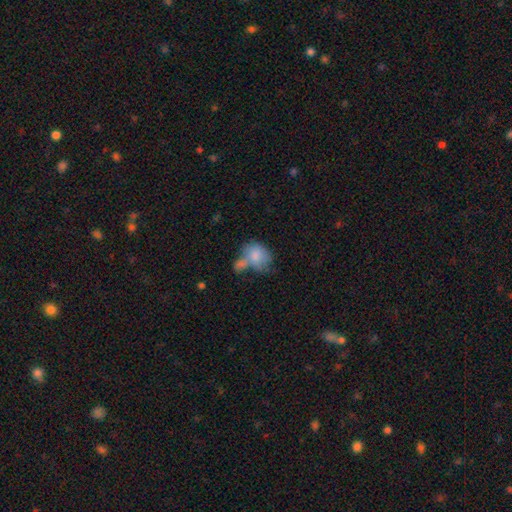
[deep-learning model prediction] The model was most divided on "how rounded": in between: 58%, round: 41%, cigar-shaped: 1%. Remaining: smooth or featured — smooth (77%); merging — merger (48%).